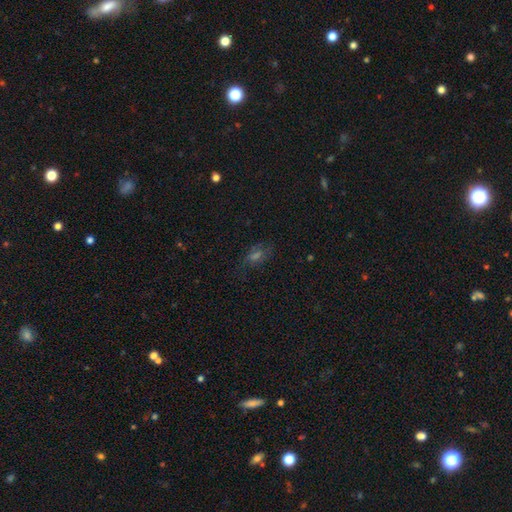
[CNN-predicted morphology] A smooth galaxy with no disk features (40%).

Vote fractions:
- Smooth or featured? smooth: 40% / star or artifact: 33% / featured or disk: 27%
- Merging? none: 65% / minor disturbance: 20% / major disturbance: 13% / merger: 3%